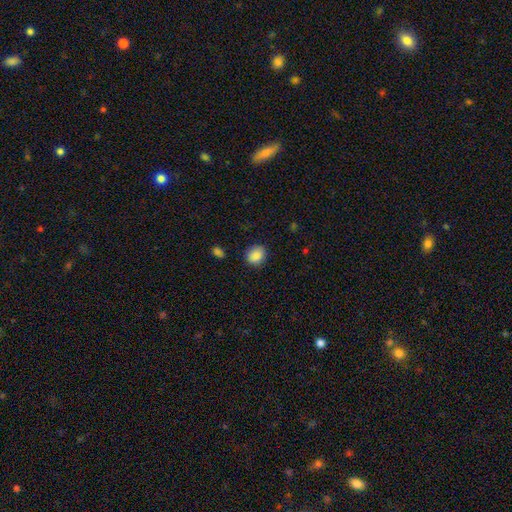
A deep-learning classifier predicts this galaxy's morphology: smooth 88%, star or artifact 8%, featured or disk 4%. Down the decision tree: how rounded — round (74%); merging — none (85%).